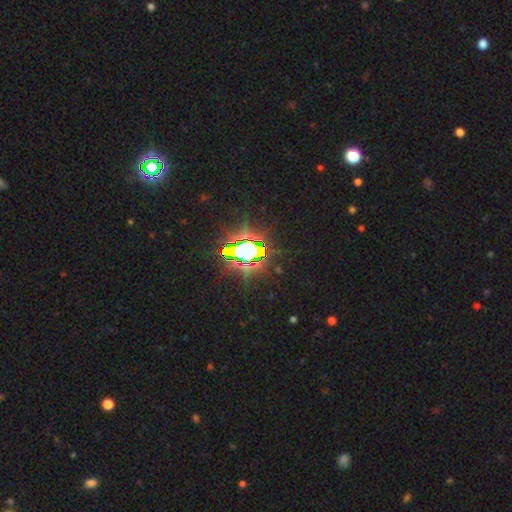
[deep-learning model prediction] Smooth or featured?
  - star or artifact: 81% *
  - smooth: 11%
  - featured or disk: 8%